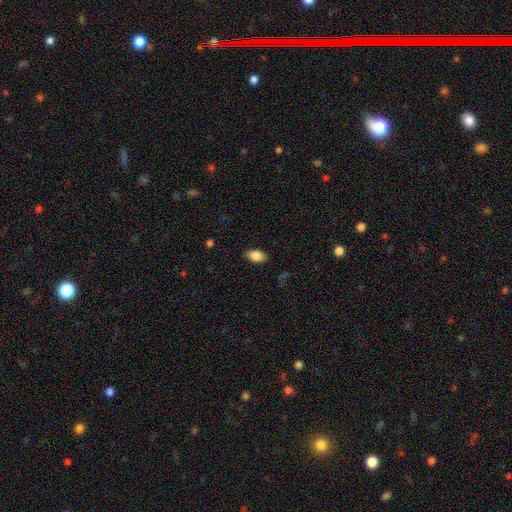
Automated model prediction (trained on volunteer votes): Smooth or featured: smooth — 86% (star or artifact — 8%)
How rounded: in between — 92% (round — 5%)
Merging: none — 86% (minor disturbance — 10%)